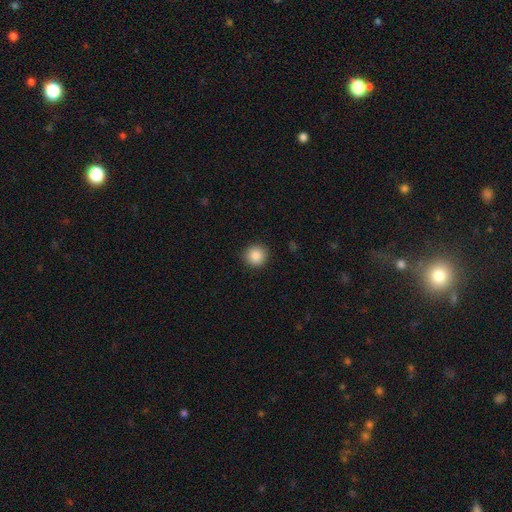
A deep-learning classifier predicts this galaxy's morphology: Overall: smooth (87%). How rounded: round (93%). Merging: none (91%).